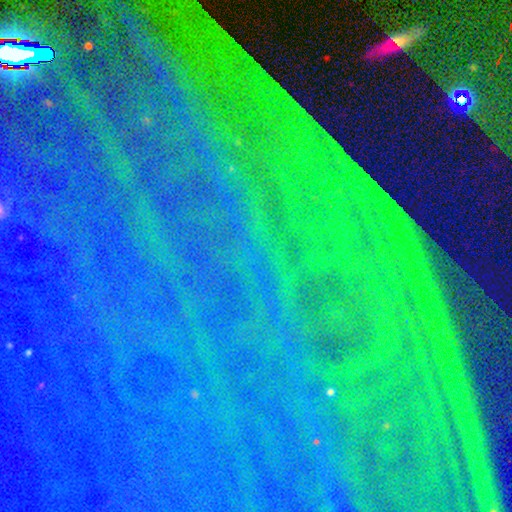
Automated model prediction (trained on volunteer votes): This is clearly a star or artifact rather than a galaxy (86%).